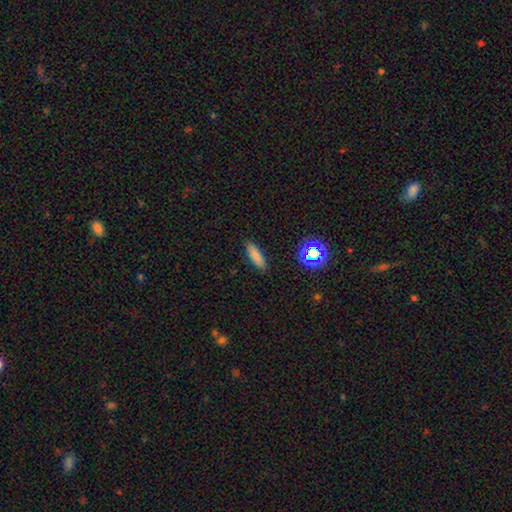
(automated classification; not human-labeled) smooth 81%, star or artifact 12%, featured or disk 8%. Down the decision tree: how rounded — cigar-shaped (52%); merging — none (88%).